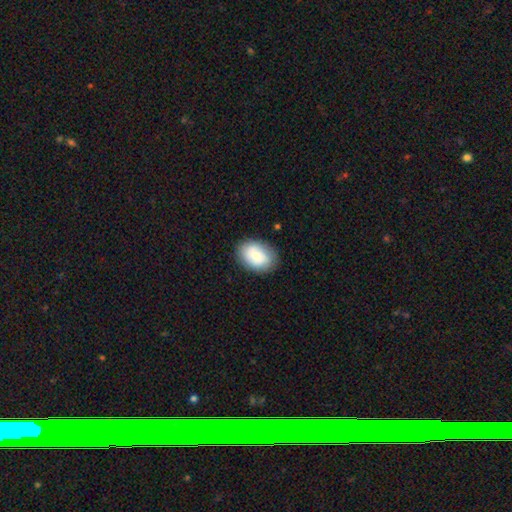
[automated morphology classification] Smooth or featured: smooth — 74% (featured or disk — 19%)
How rounded: in between — 79% (round — 20%)
Merging: none — 84% (minor disturbance — 12%)